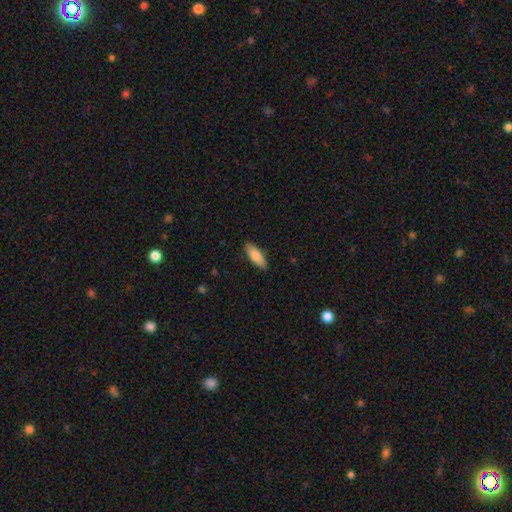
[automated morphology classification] The model was most divided on "how rounded": in between: 60%, cigar-shaped: 38%, round: 2%. More confident: merging — none (88%); smooth or featured — smooth (81%).